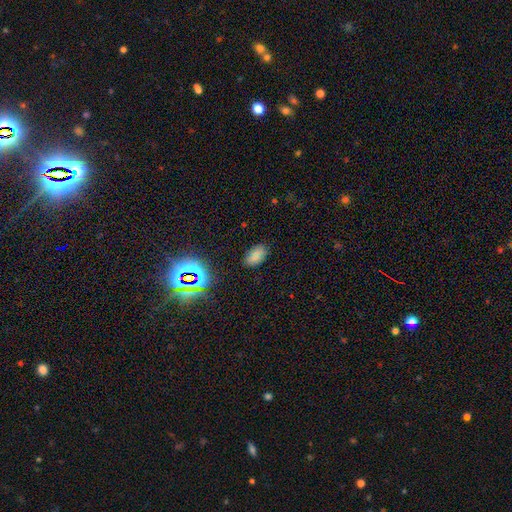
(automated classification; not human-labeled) This is likely a smooth galaxy (65%). How rounded: clearly in between (91%). Merging: likely none (78%).